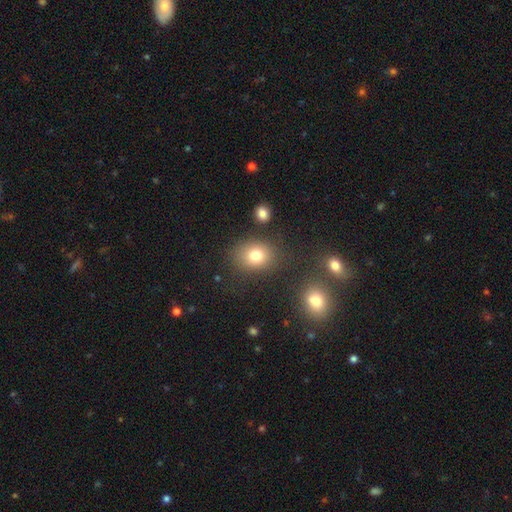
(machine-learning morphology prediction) Overall: smooth (78%). How rounded: round (53%; in between 46%). Merging: none (77%).